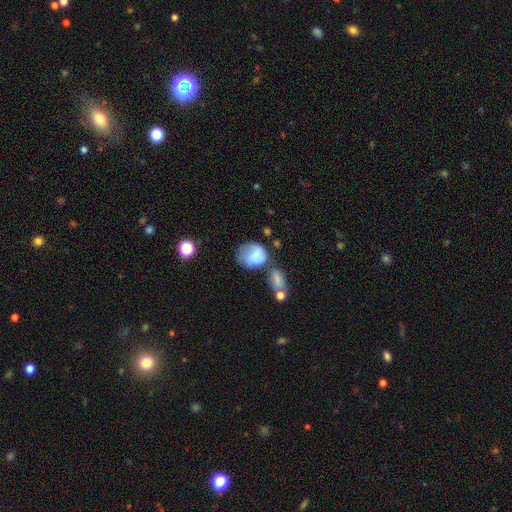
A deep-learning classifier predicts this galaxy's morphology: Overall: smooth (70%). How rounded: round (55%; in between 44%). Merging: none (33%; minor disturbance 26%).